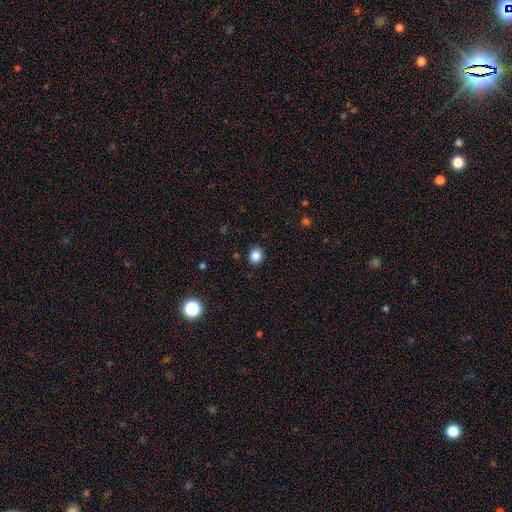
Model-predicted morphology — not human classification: Q: Smooth or featured?
A: smooth (85%); runner-up: star or artifact (11%)
Q: How rounded?
A: round (79%); runner-up: in between (21%)
Q: Merging?
A: none (89%); runner-up: minor disturbance (8%)